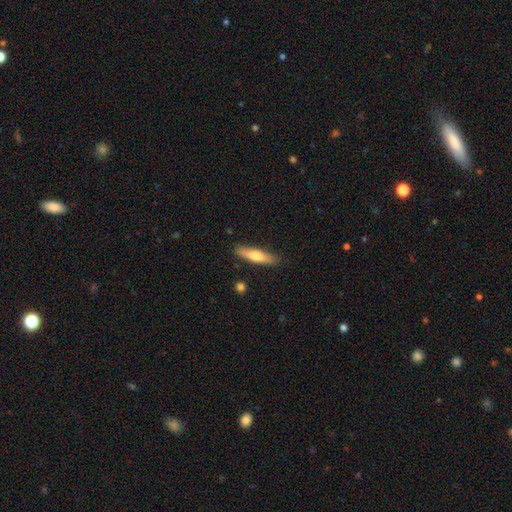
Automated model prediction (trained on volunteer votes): Q: Smooth or featured?
A: smooth (60%); runner-up: featured or disk (34%)
Q: How rounded?
A: cigar-shaped (79%); runner-up: in between (20%)
Q: Merging?
A: none (86%); runner-up: minor disturbance (10%)